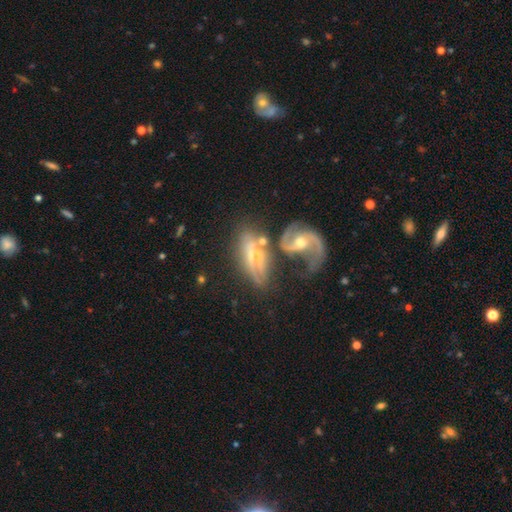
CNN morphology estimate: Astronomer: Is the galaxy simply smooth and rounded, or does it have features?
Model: featured or disk — 66%.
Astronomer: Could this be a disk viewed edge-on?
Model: no — 85%.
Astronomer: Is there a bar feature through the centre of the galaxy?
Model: no — 48% (runner-up: weak, 37%).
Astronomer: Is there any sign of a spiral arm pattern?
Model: yes — 77%.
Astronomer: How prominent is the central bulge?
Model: moderate — 47% (runner-up: small, 38%).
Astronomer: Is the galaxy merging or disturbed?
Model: merger — 41% (runner-up: none, 27%).